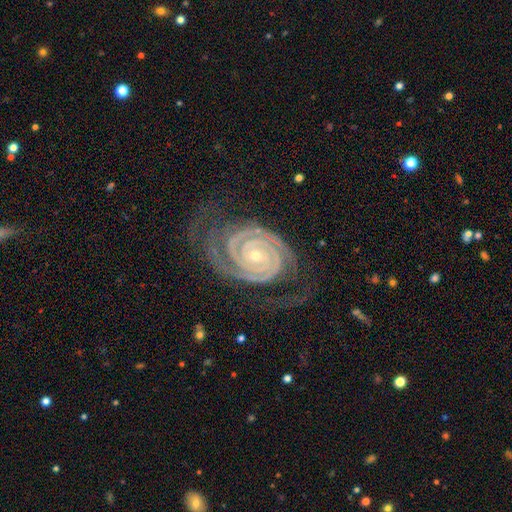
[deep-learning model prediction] A featured or disk galaxy (94%) with no bar (68%), 2 (77%) tight (87%) spiral arms (99%) and a small central bulge (69%). Merging: none (72%).